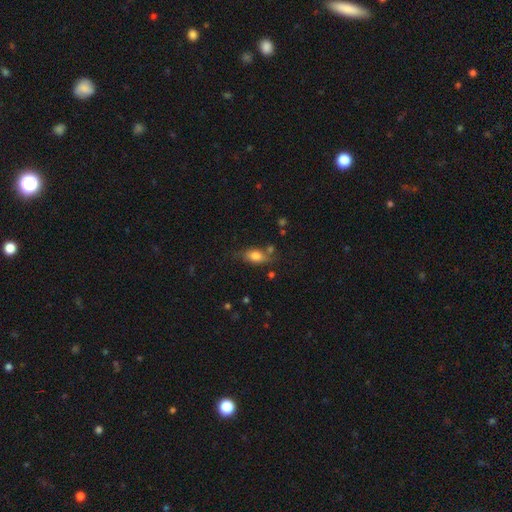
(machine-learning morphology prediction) This is likely a smooth galaxy (74%). How rounded: likely in between (80%). Merging: likely none (61%).